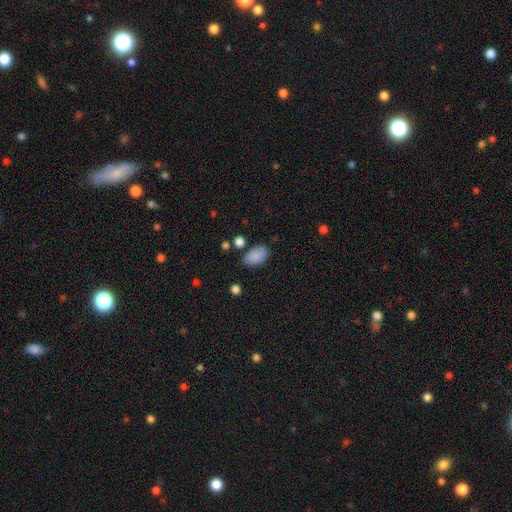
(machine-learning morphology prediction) This is clearly a smooth galaxy (87%). How rounded: clearly in between (91%). Merging: likely none (71%).